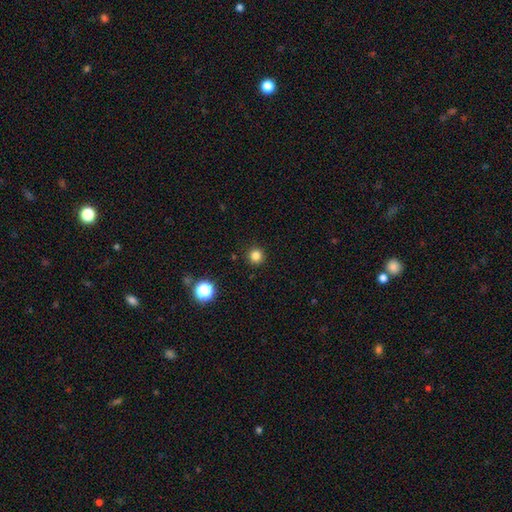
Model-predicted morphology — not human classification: This is clearly a smooth galaxy (81%). How rounded: clearly round (96%). Merging: clearly none (92%).